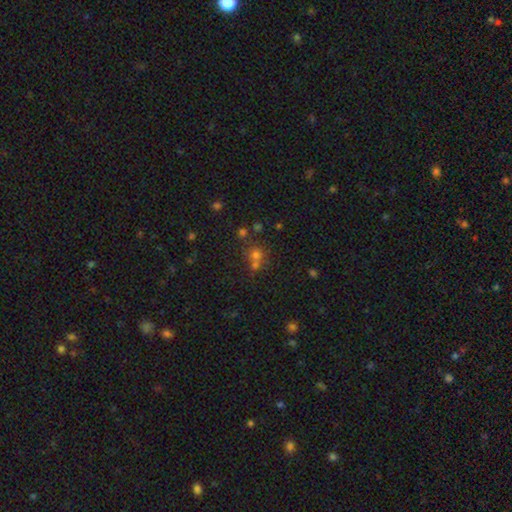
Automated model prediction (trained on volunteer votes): The model was most divided on "merging": none: 51%, merger: 38%, minor disturbance: 8%, major disturbance: 4%. More confident: how rounded — round (85%); smooth or featured — smooth (56%).